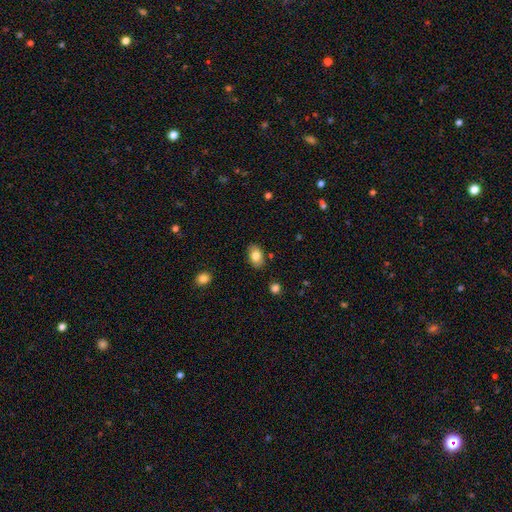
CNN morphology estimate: This is clearly a smooth galaxy (82%). How rounded: clearly in between (88%). Merging: clearly none (84%).